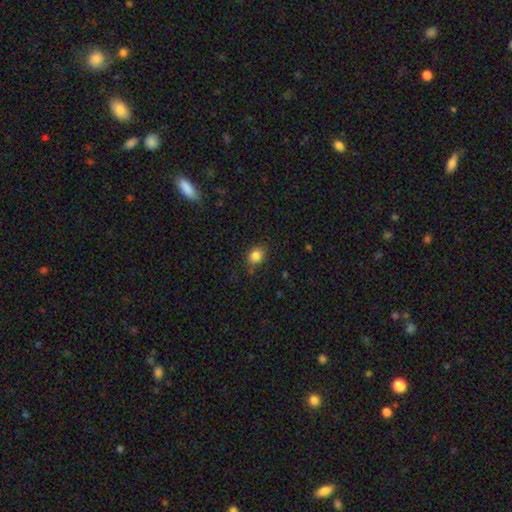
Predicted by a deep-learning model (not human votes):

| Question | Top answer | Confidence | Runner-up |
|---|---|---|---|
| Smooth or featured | smooth | 84% | star or artifact (11%) |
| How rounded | round | 56% | in between (44%) |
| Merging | none | 81% | minor disturbance (13%) |